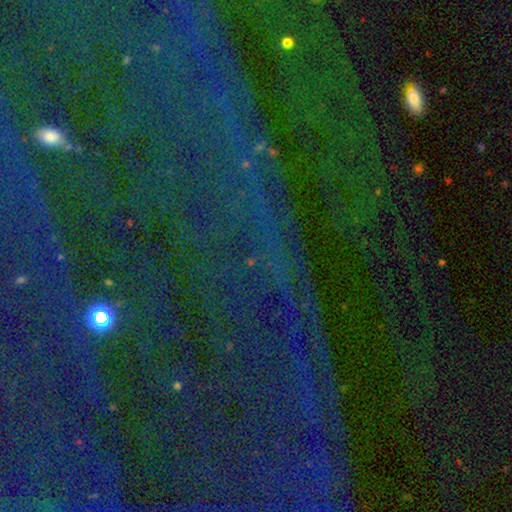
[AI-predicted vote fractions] Q: Smooth or featured?
A: star or artifact (82%); runner-up: smooth (10%)